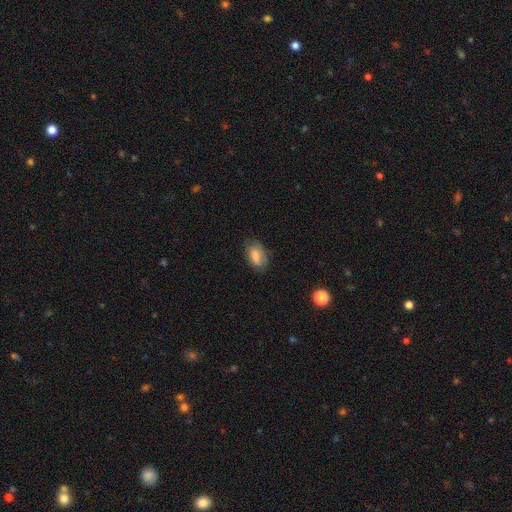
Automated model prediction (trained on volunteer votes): This appears to be a smooth galaxy with no disk features (79%) that is in between round and cigar-shaped (89%). Merging: none (71%).